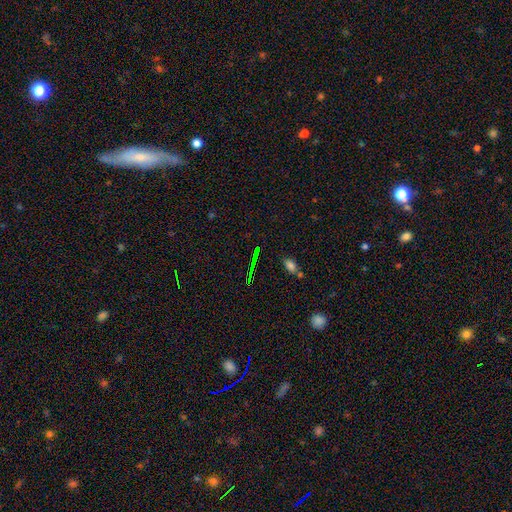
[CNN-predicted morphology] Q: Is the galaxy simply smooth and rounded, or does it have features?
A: star or artifact — 50%.